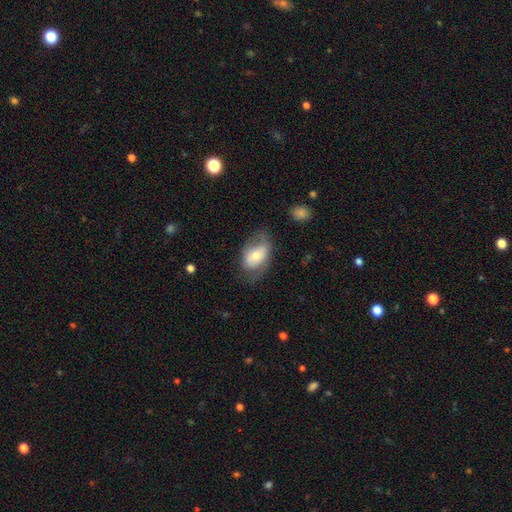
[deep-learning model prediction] A smooth galaxy with no disk features (55%) that is in between round and cigar-shaped (87%).

Vote fractions:
- Smooth or featured? smooth: 55% / featured or disk: 38% / star or artifact: 7%
- How rounded? in between: 87% / round: 12% / cigar-shaped: 2%
- Merging? none: 55% / minor disturbance: 27% / major disturbance: 16% / merger: 2%